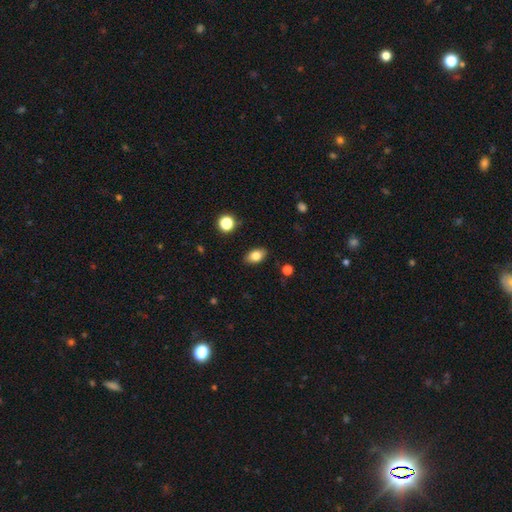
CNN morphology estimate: Smooth or featured? Predicted: smooth (p=0.81). How rounded? Predicted: in between (p=0.87). Merging? Predicted: none (p=0.87).